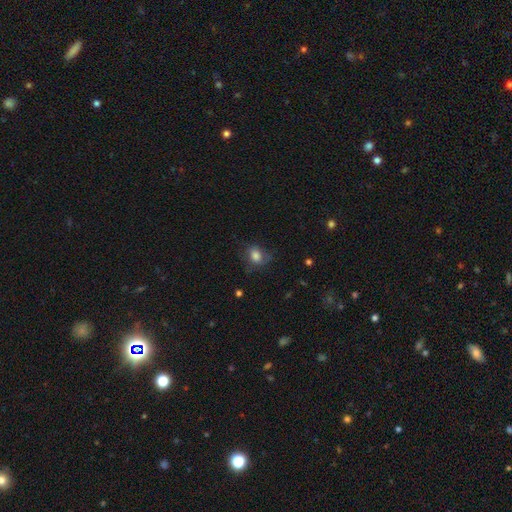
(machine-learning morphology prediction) This is likely a smooth galaxy (77%). How rounded: possibly round (50%). Merging: possibly none (58%).